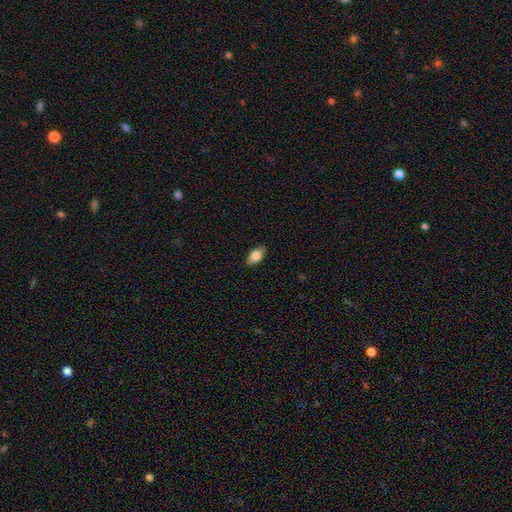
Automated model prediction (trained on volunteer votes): smooth_or_featured: smooth (p=0.81) [alt: featured or disk p=0.13]
how_rounded: in between (p=0.90) [alt: cigar-shaped p=0.07]
merging: none (p=0.88) [alt: minor disturbance p=0.09]